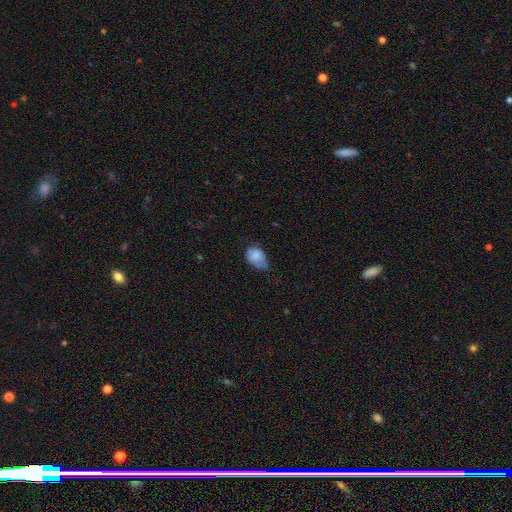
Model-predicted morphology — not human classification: This is likely a smooth galaxy (79%). How rounded: clearly in between (81%). Merging: marginally minor disturbance (45%).